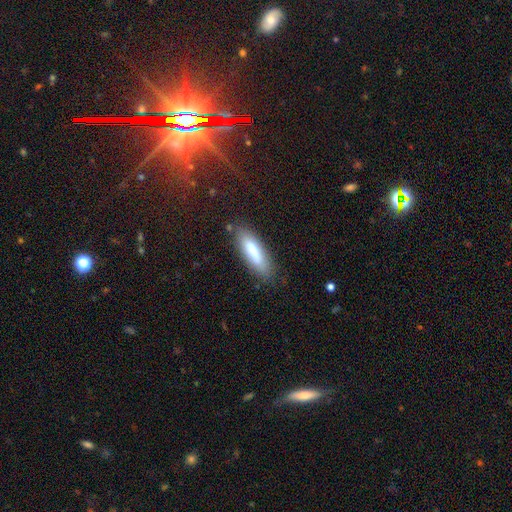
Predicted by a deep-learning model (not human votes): A smooth galaxy with no disk features (76%) that is cigar-shaped (54%).

Vote fractions:
- Smooth or featured? smooth: 76% / featured or disk: 17% / star or artifact: 7%
- How rounded? cigar-shaped: 54% / in between: 44% / round: 2%
- Merging? none: 80% / minor disturbance: 14% / major disturbance: 4% / merger: 2%